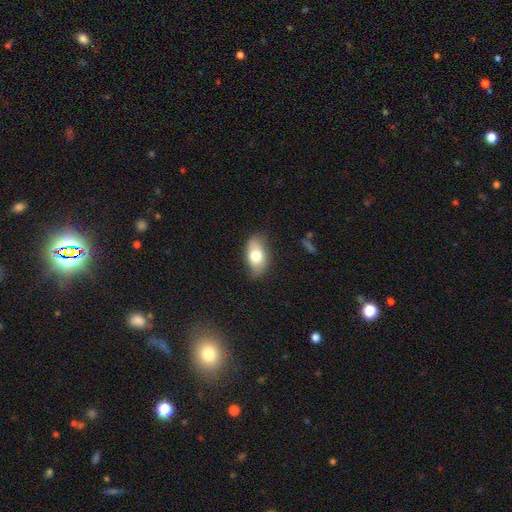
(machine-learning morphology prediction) smooth_or_featured: smooth (p=0.73) [alt: featured or disk p=0.21]
how_rounded: in between (p=0.91) [alt: round p=0.06]
merging: none (p=0.76) [alt: minor disturbance p=0.19]